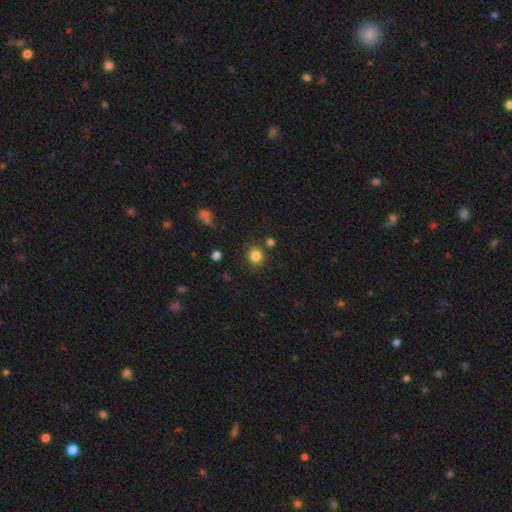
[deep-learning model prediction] Morphology: type=smooth (83%); roundness=round (87%); merging=none (82%).